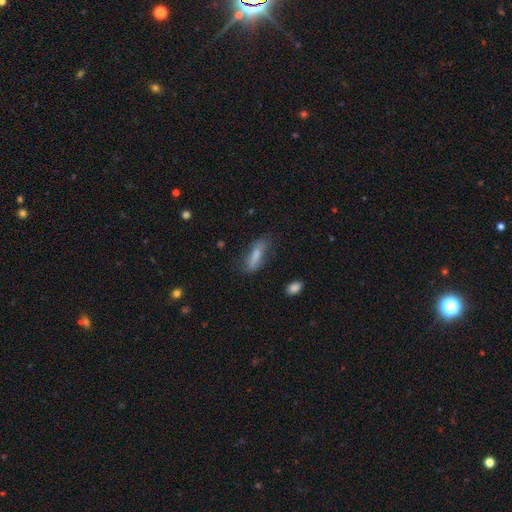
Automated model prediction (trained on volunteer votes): Smooth or featured: smooth — 73% (featured or disk — 19%)
How rounded: in between — 50% (cigar-shaped — 48%)
Merging: none — 62% (minor disturbance — 25%)